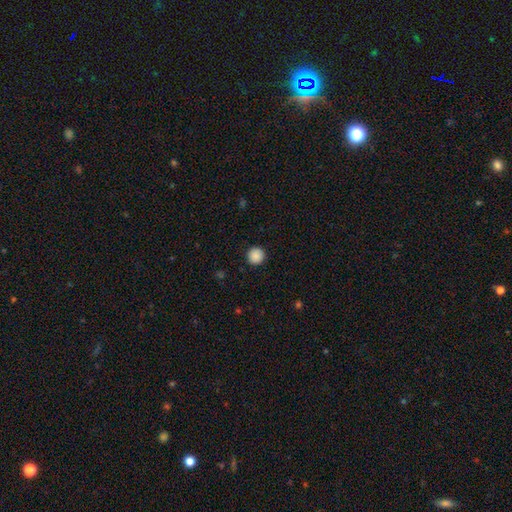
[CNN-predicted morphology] This appears to be a smooth galaxy with no disk features (88%) that is round (95%). Merging: none (92%).